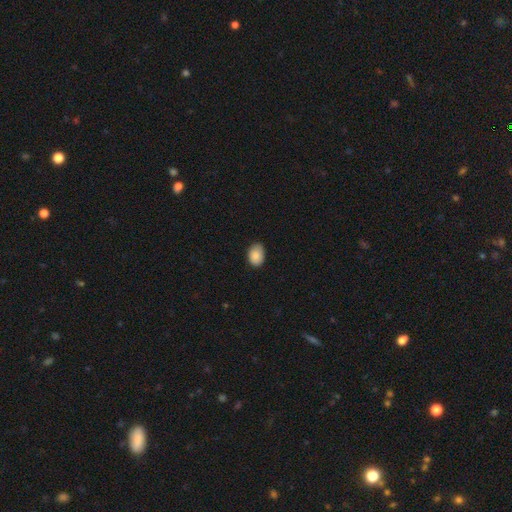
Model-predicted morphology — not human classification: type=smooth (88%); roundness=in between (80%); merging=none (78%).